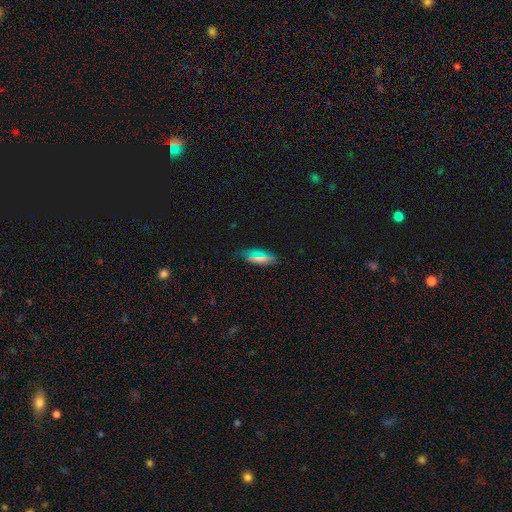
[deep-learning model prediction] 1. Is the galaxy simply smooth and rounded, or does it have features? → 60% smooth, 21% star or artifact, 20% featured or disk.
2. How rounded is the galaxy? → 70% in between, 25% cigar-shaped, 5% round.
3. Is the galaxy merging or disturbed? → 75% none, 19% minor disturbance, 5% major disturbance, 2% merger.